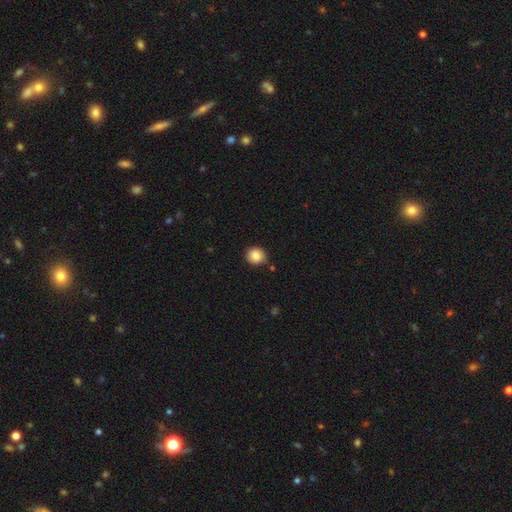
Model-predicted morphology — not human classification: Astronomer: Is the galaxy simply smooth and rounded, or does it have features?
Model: smooth — 86%.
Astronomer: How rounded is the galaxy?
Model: round — 88%.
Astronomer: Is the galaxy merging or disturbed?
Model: none — 86%.